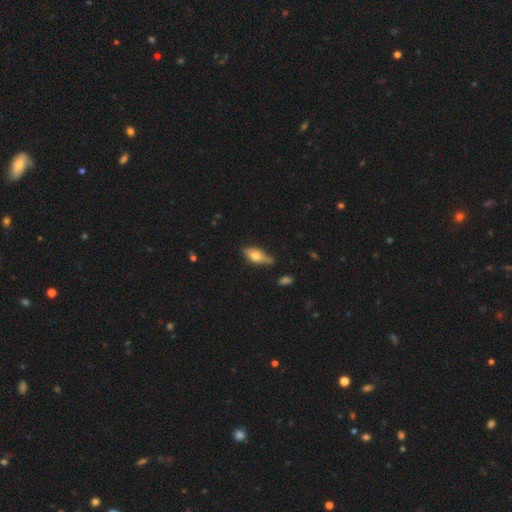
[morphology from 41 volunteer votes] Smooth or featured? smooth (46%, tied with featured or disk)
How rounded? in between (84%)
Merging? none (53%)